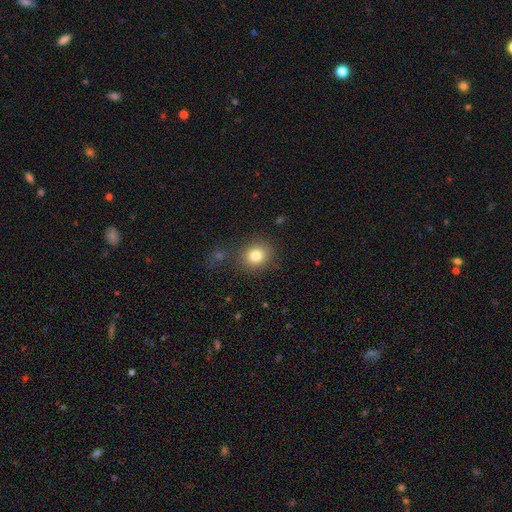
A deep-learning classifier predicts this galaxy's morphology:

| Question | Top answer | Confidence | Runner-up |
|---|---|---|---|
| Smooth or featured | smooth | 80% | star or artifact (12%) |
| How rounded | round | 81% | in between (18%) |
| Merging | none | 81% | minor disturbance (10%) |